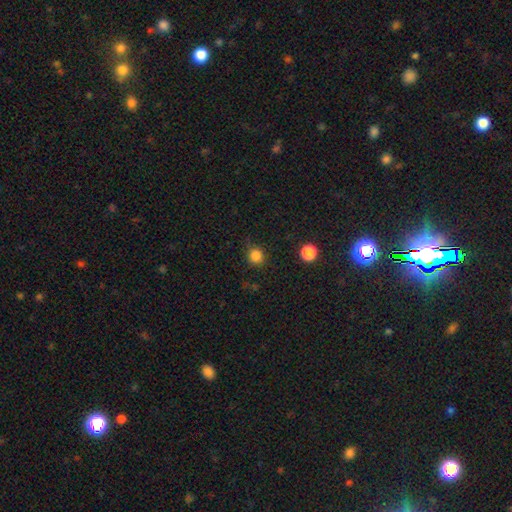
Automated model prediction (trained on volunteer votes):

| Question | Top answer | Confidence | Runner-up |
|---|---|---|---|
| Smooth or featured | smooth | 83% | star or artifact (13%) |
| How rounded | round | 90% | in between (10%) |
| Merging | none | 83% | minor disturbance (12%) |